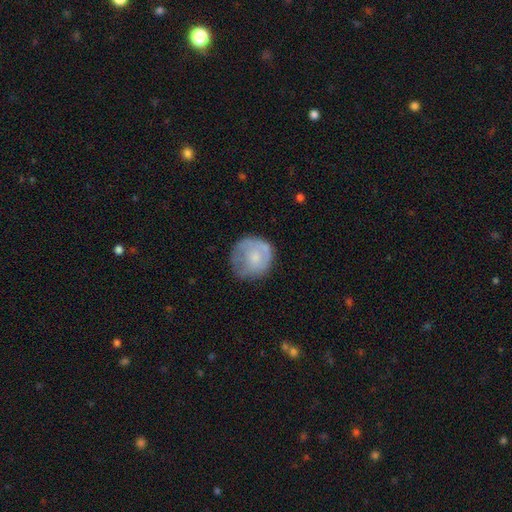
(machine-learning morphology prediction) Smooth or featured? Predicted: smooth (p=0.59). How rounded? Predicted: round (p=0.87). Merging? Predicted: none (p=0.55).